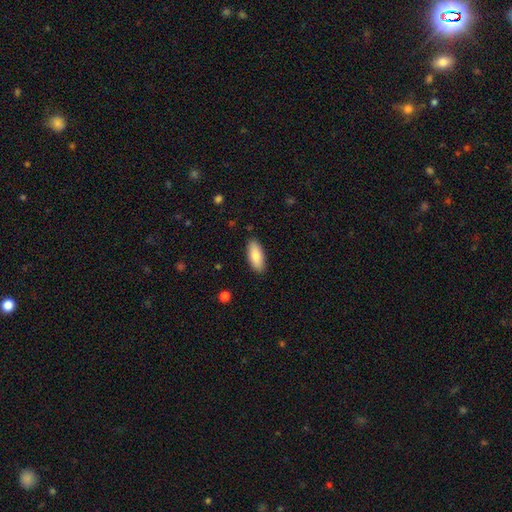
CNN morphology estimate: smooth 82%, featured or disk 12%, star or artifact 6%. Down the decision tree: how rounded — in between (83%); merging — none (88%).